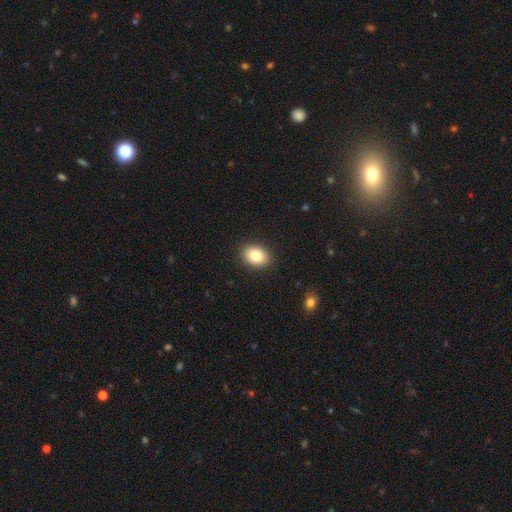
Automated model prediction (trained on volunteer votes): Q: Smooth or featured?
A: smooth (84%); runner-up: star or artifact (8%)
Q: How rounded?
A: in between (71%); runner-up: round (28%)
Q: Merging?
A: none (90%); runner-up: minor disturbance (7%)